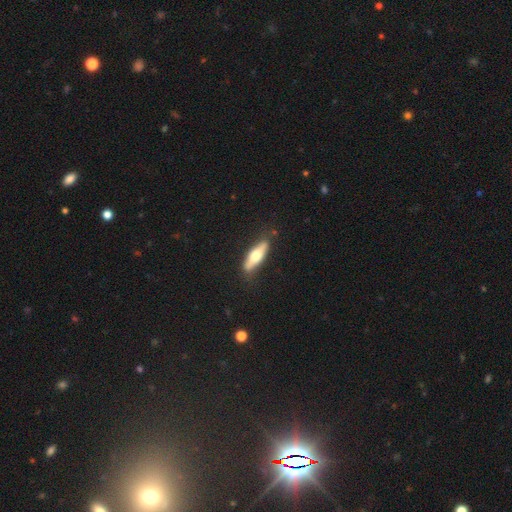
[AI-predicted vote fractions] This is possibly a smooth galaxy (54%). How rounded: likely cigar-shaped (62%). Merging: clearly none (82%).